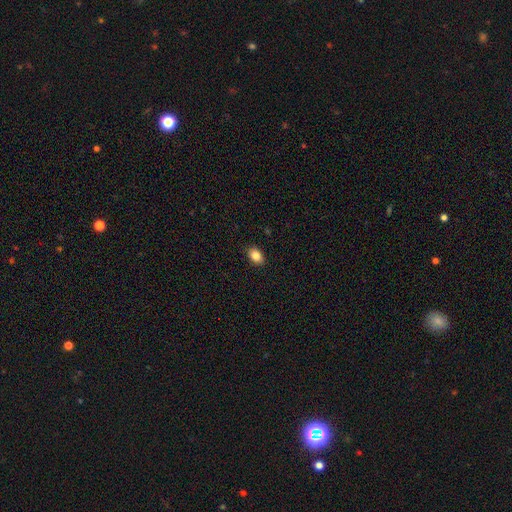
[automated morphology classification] Smooth or featured? smooth (85%)
How rounded? in between (83%)
Merging? none (89%)